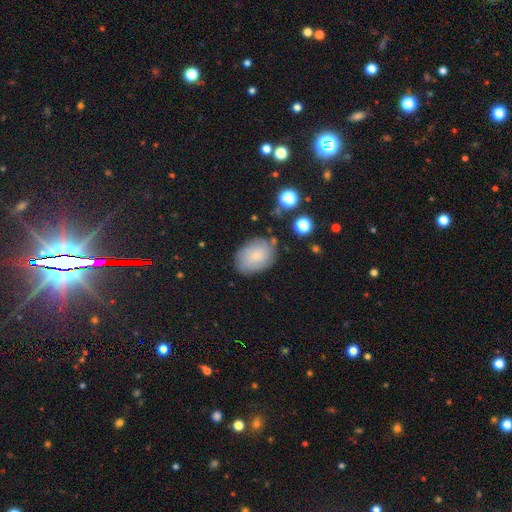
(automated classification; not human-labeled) Morphology: type=smooth (70%); roundness=in between (78%); merging=none (71%).